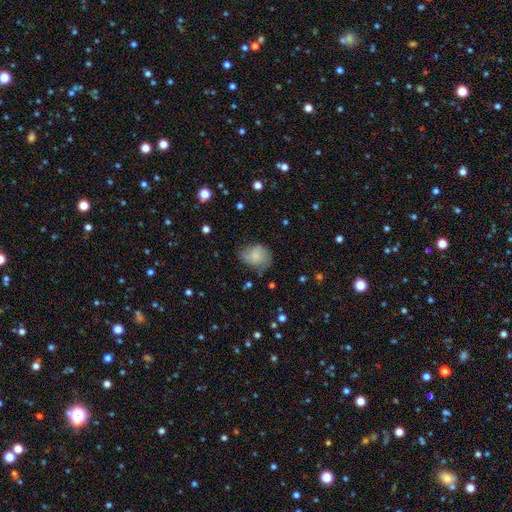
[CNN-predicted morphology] This appears to be a smooth galaxy with no disk features (74%) that is round (52%). Merging: none (51%).